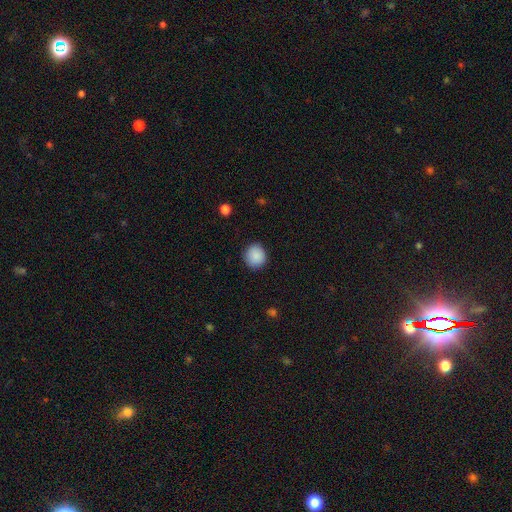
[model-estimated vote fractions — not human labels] Smooth or featured: smooth — 89% (star or artifact — 8%)
How rounded: round — 88% (in between — 11%)
Merging: none — 89% (minor disturbance — 8%)